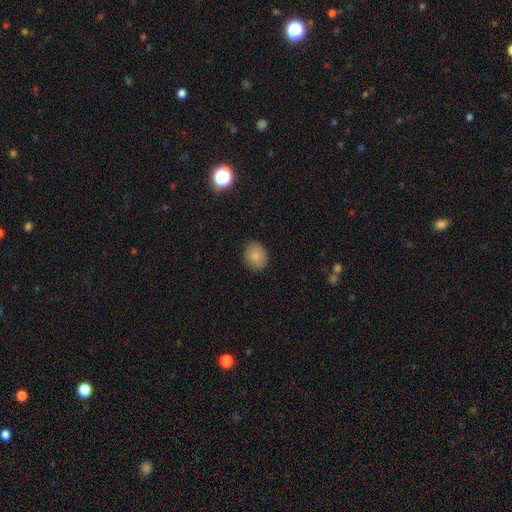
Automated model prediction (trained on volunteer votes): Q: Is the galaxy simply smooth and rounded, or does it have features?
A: smooth — 86%.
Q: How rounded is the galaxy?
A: round — 61%.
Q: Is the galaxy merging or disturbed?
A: none — 87%.